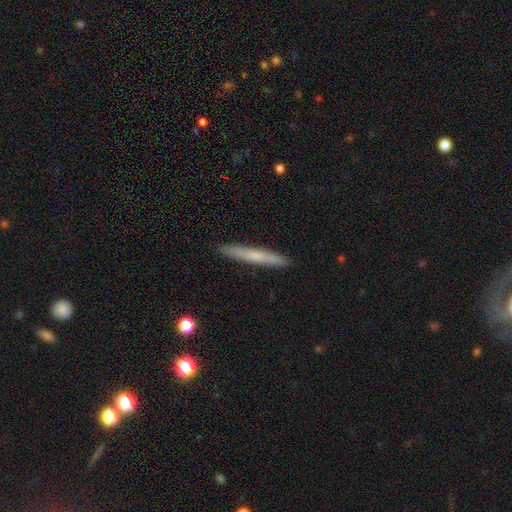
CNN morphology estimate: smooth_or_featured: smooth (p=0.59) [alt: featured or disk p=0.35]
how_rounded: cigar-shaped (p=0.96) [alt: in between p=0.03]
merging: none (p=0.91) [alt: minor disturbance p=0.07]